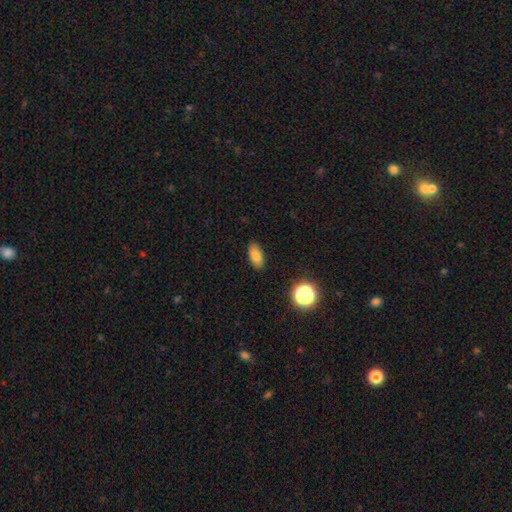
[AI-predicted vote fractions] Morphology: type=smooth (83%); roundness=in between (88%); merging=none (87%).